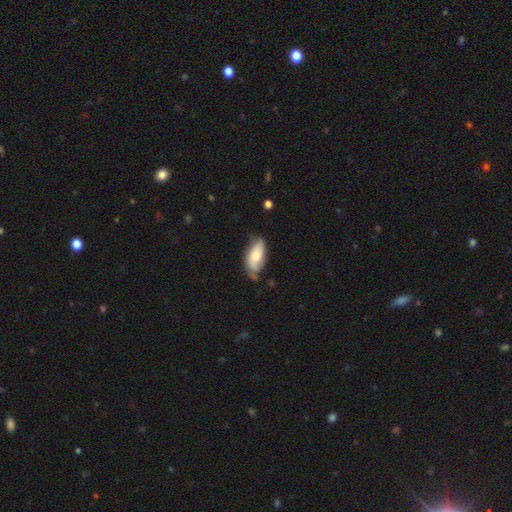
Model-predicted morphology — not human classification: smooth 63%, featured or disk 30%, star or artifact 6%. Down the decision tree: how rounded — in between (88%); merging — none (52%).